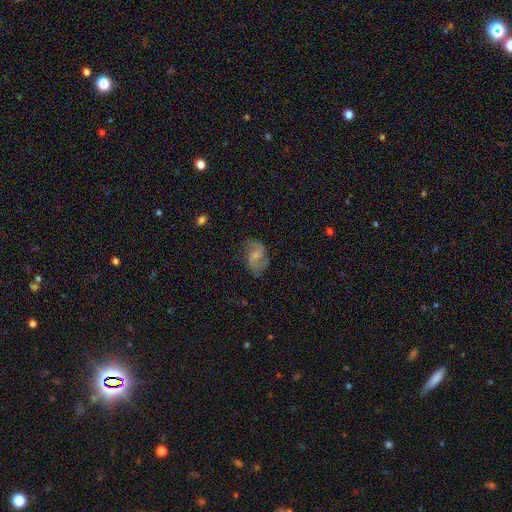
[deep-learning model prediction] This is likely a featured or disk galaxy (62%). It is clearly not viewed edge-on (97%). Bar: possibly no (47%). Spiral arm pattern: clearly yes (89%). Spiral arm count: clearly 2 (86%). Spiral winding: marginally medium (43%, tied with loose). Central bulge: possibly small (54%). Merging: likely none (64%).